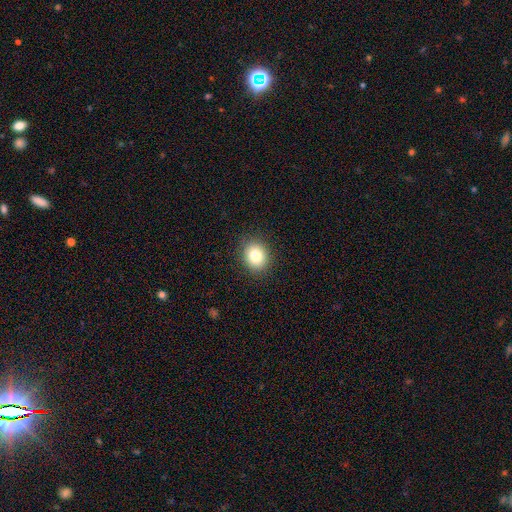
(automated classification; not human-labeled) This appears to be a smooth galaxy with no disk features (82%) that is round (65%). Merging: none (89%).